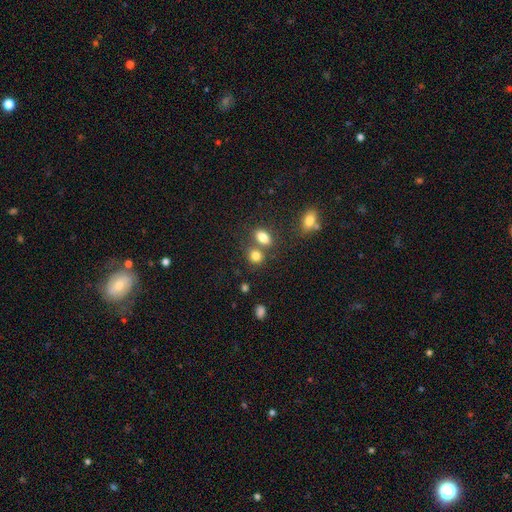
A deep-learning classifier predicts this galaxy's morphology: Smooth or featured: smooth — 81% (star or artifact — 11%)
How rounded: in between — 50% (round — 48%)
Merging: none — 51% (merger — 35%)